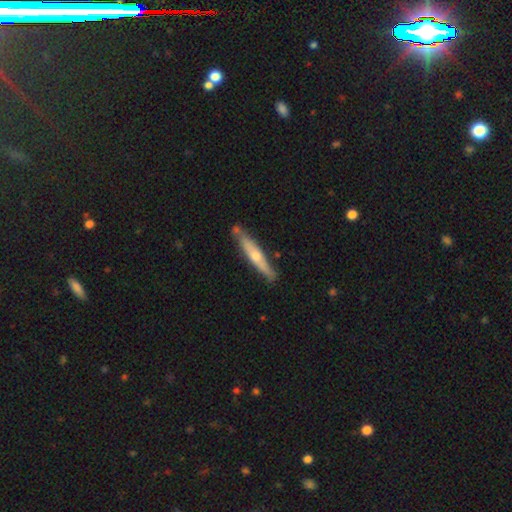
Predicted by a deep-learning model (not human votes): Smooth or featured: featured or disk — 55% (smooth — 40%)
Edge-on disk: yes — 88% (no — 12%)
Merging: none — 79% (minor disturbance — 14%)